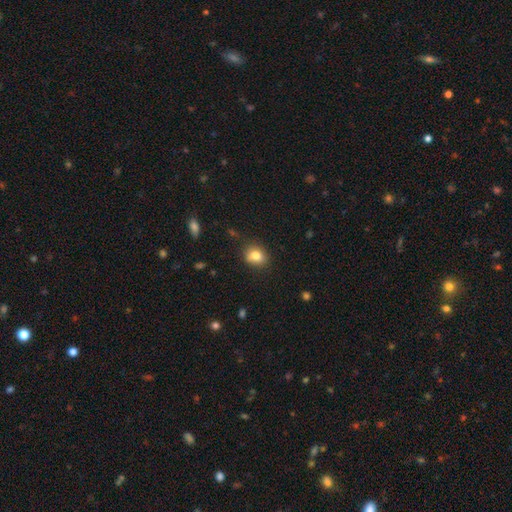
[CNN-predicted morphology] type=smooth (80%); roundness=round (59%); merging=none (80%).